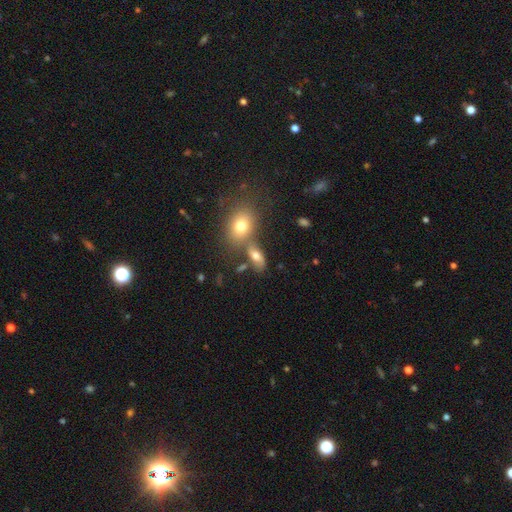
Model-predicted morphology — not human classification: The model was most divided on "merging": none: 54%, merger: 26%, minor disturbance: 14%, major disturbance: 6%. More confident: how rounded — in between (83%); smooth or featured — smooth (70%).